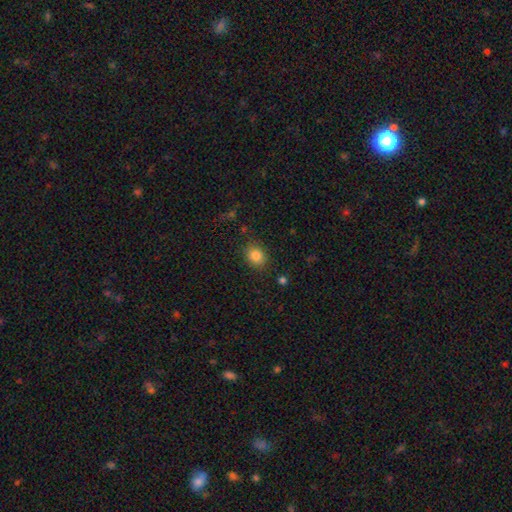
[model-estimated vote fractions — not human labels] This is clearly a smooth galaxy (84%). How rounded: likely round (63%). Merging: clearly none (86%).